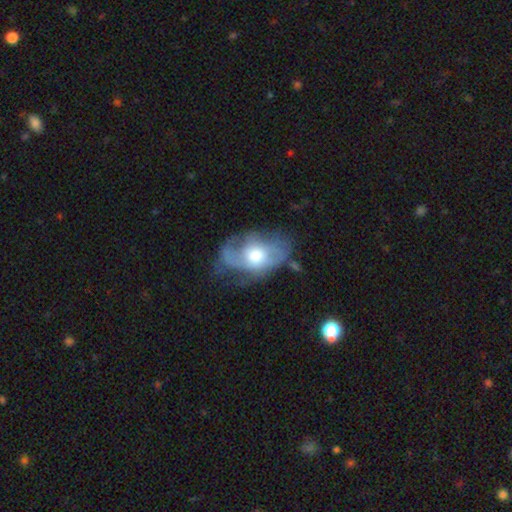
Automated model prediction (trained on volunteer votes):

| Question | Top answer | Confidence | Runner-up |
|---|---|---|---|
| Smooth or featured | featured or disk | 61% | smooth (32%) |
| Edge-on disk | no | 95% | yes (5%) |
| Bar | no | 76% | weak (20%) |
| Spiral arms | yes | 60% | no (40%) |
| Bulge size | moderate | 61% | large (23%) |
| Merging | none | 36% | major disturbance (33%) |